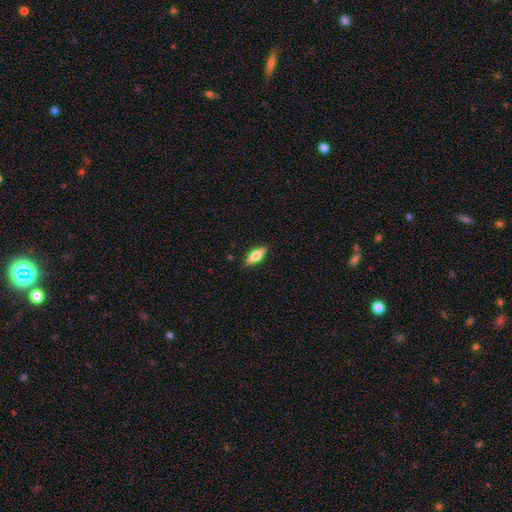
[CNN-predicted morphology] Smooth or featured? Predicted: smooth (p=0.58). How rounded? Predicted: in between (p=0.68). Merging? Predicted: none (p=0.87).